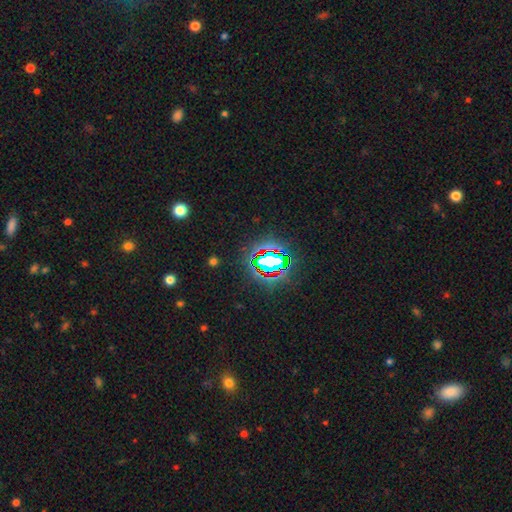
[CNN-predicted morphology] Q: Smooth or featured?
A: star or artifact (80%); runner-up: smooth (12%)